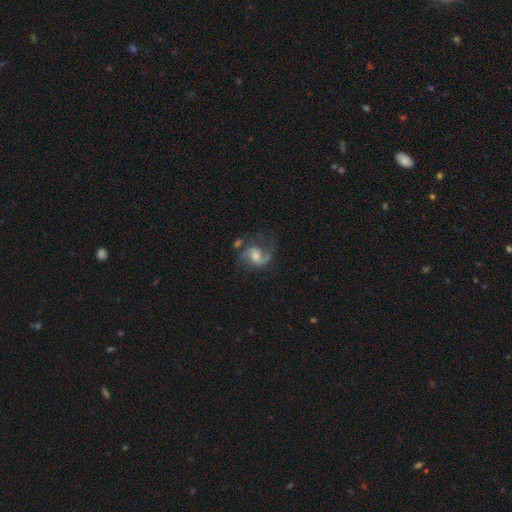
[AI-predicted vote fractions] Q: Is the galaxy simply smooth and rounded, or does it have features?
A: featured or disk — 81%.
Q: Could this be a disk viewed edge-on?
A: no — 98%.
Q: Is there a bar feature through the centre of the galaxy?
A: no — 56%.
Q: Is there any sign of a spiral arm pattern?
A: yes — 95%.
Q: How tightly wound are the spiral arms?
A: medium — 50%.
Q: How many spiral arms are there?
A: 2 — 80%.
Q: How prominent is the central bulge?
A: moderate — 56%.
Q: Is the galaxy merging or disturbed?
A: none — 59%.